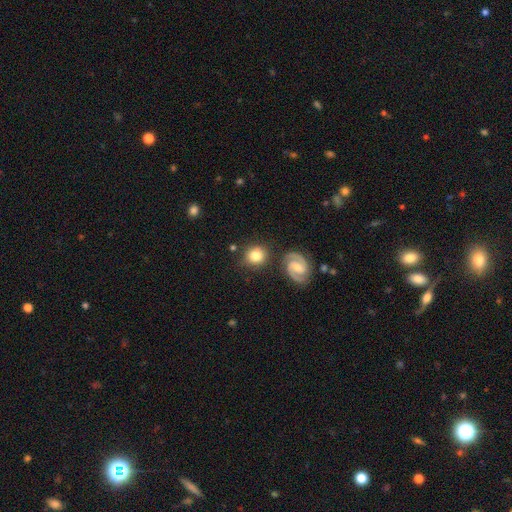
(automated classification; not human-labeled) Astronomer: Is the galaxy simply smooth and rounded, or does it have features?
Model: smooth — 67%.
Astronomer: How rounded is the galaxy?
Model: round — 86%.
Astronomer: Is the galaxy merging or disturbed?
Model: none — 78%.